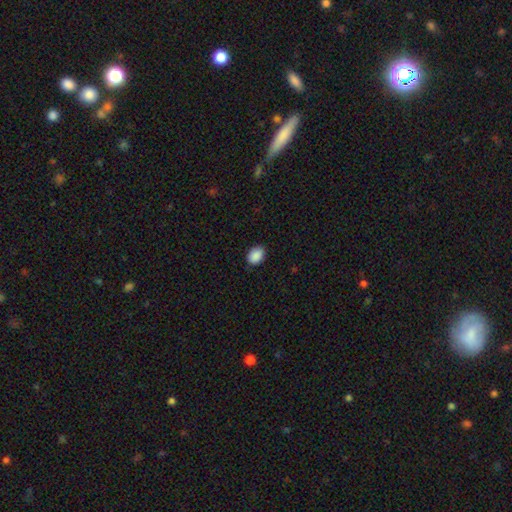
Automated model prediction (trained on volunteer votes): Q: Smooth or featured?
A: smooth (90%); runner-up: star or artifact (8%)
Q: How rounded?
A: in between (73%); runner-up: round (26%)
Q: Merging?
A: none (85%); runner-up: minor disturbance (11%)